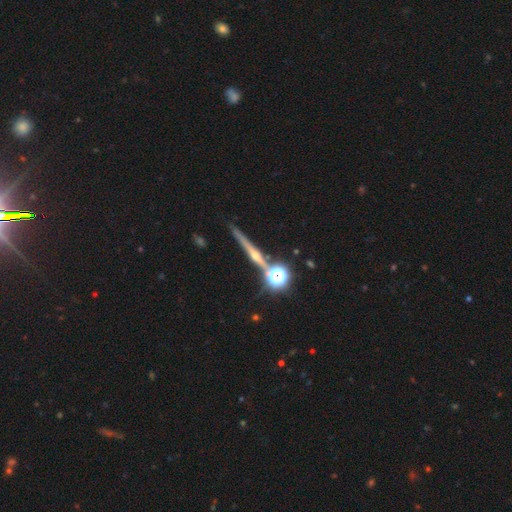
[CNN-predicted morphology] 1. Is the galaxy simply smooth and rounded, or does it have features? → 68% featured or disk, 16% smooth, 16% star or artifact.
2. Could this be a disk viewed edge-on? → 96% yes, 4% no.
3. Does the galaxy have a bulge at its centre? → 80% rounded, 14% none, 6% boxy.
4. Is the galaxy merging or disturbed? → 81% none, 8% merger, 8% minor disturbance, 3% major disturbance.